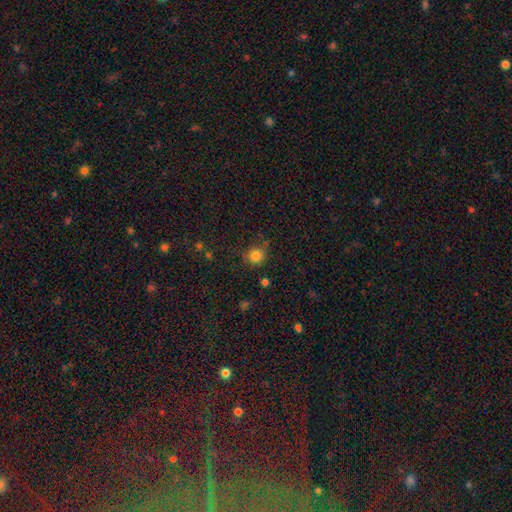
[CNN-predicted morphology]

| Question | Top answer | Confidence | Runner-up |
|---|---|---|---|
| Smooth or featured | smooth | 82% | star or artifact (13%) |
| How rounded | round | 90% | in between (9%) |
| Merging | none | 77% | minor disturbance (15%) |